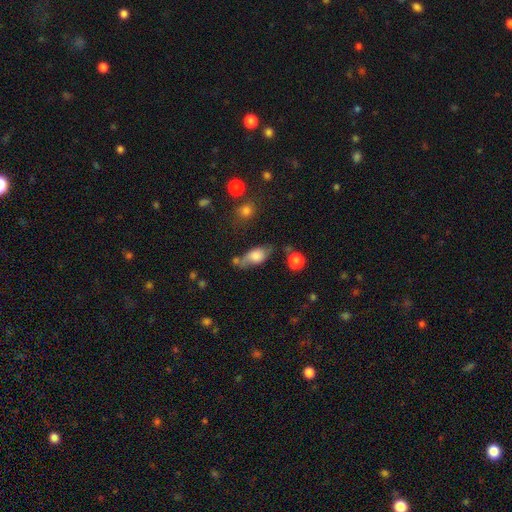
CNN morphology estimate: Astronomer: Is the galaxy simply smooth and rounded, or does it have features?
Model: smooth — 68%.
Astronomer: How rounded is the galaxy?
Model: in between — 81%.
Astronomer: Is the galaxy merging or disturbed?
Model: none — 49% (runner-up: minor disturbance, 28%).